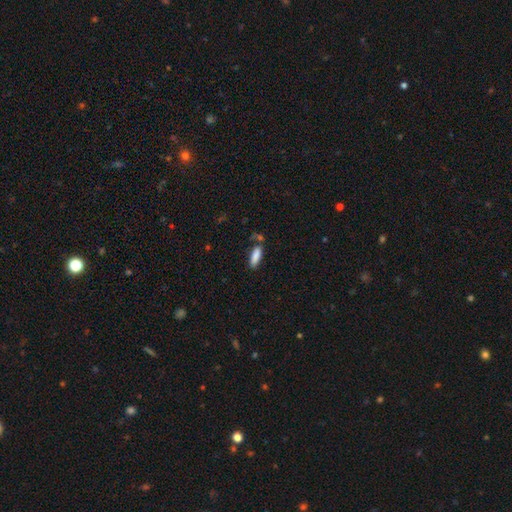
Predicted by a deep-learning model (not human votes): smooth_or_featured: smooth (p=0.86) [alt: star or artifact p=0.07]
how_rounded: in between (p=0.53) [alt: cigar-shaped p=0.45]
merging: none (p=0.67) [alt: minor disturbance p=0.17]